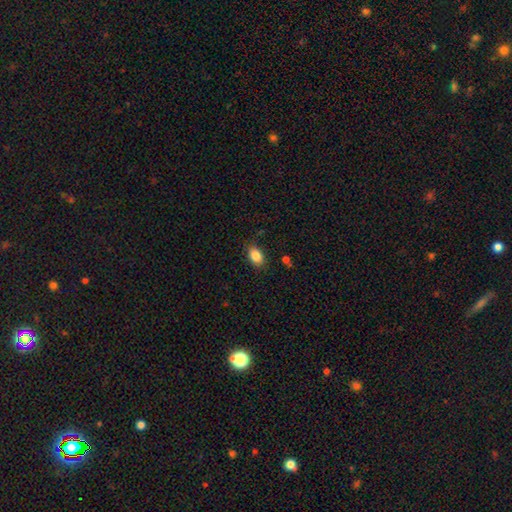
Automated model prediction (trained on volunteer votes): The model was most divided on "merging": none: 85%, minor disturbance: 11%, major disturbance: 3%, merger: 1%. More confident: how rounded — in between (86%); smooth or featured — smooth (86%).